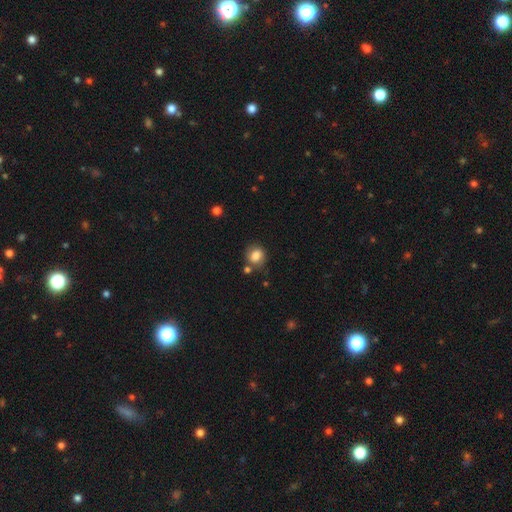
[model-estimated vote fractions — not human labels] Overall: smooth (80%). How rounded: round (66%; in between 33%). Merging: none (69%).